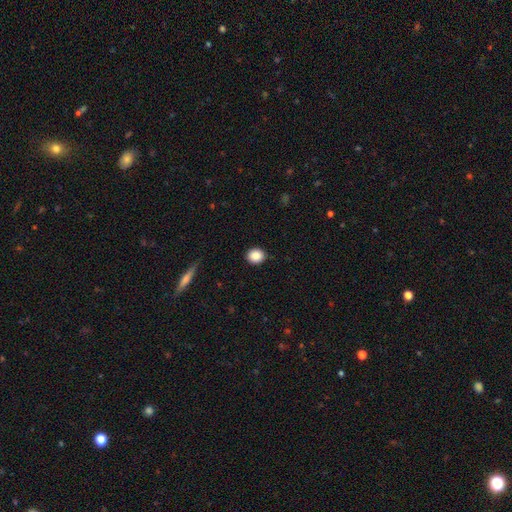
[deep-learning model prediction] Morphology: type=smooth (88%); roundness=round (78%); merging=none (91%).